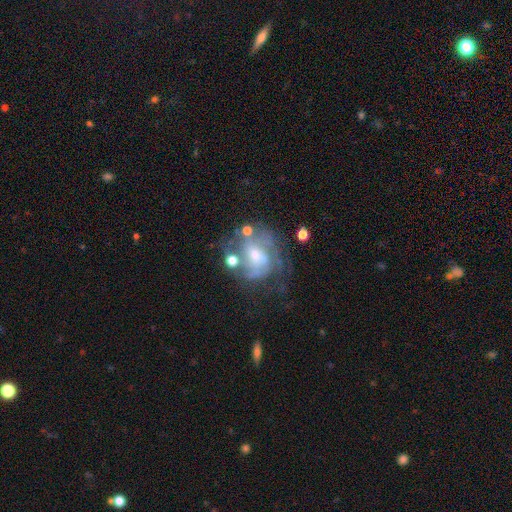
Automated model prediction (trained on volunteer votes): Smooth or featured: featured or disk — 74% (smooth — 16%)
Edge-on disk: no — 97% (yes — 3%)
Bar: no — 48% (weak — 42%)
Spiral arms: yes — 81% (no — 19%)
Spiral winding: tight — 44% (medium — 40%)
Spiral arm count: can't tell — 42% (2 — 27%)
Bulge size: moderate — 45% (small — 41%)
Merging: none — 47% (major disturbance — 22%)